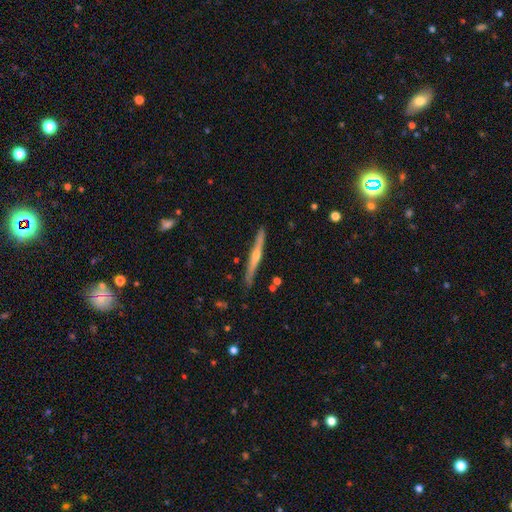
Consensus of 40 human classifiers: Smooth or featured?
  - featured or disk: 72% *
  - smooth: 25%
  - star or artifact: 2%
Edge-on disk?
  - yes: 100% *
  - no: 0%
Edge-on bulge?
  - rounded: 93% *
  - none: 7%
  - boxy: 0%
Merging?
  - none: 85% *
  - minor disturbance: 13%
  - major disturbance: 3%
  - merger: 0%